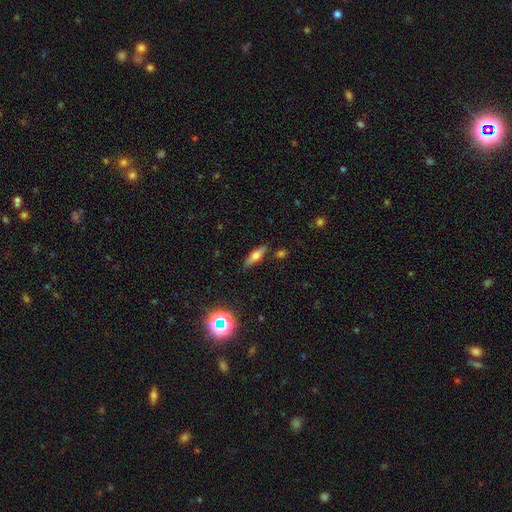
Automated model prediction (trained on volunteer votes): Morphology: type=smooth (53%); roundness=cigar-shaped (55%); merging=none (84%).